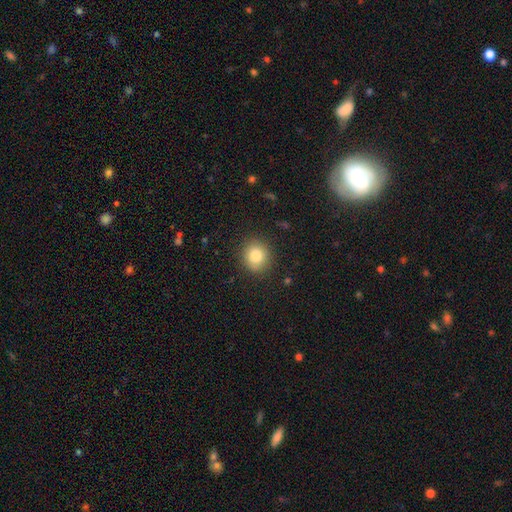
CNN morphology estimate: smooth 82%, star or artifact 10%, featured or disk 8%. Down the decision tree: how rounded — round (83%); merging — none (88%).